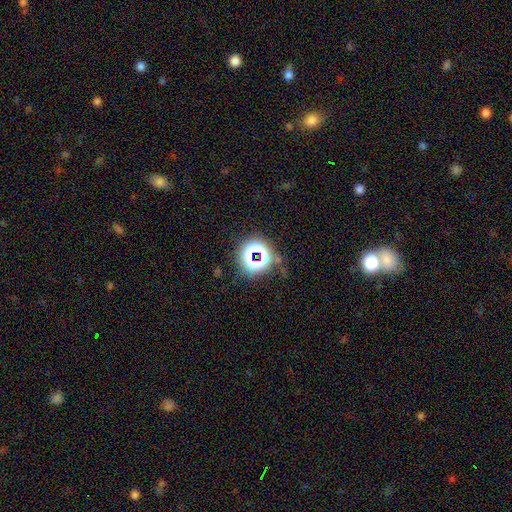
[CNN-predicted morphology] type=star or artifact (58%).